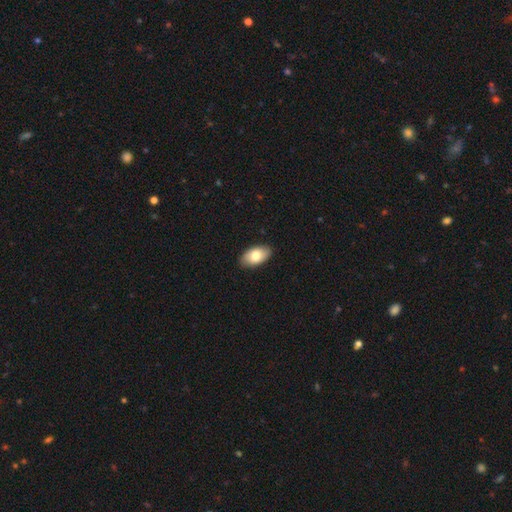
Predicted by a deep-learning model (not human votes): Smooth or featured?
  - smooth: 80% *
  - featured or disk: 14%
  - star or artifact: 6%
How rounded?
  - in between: 94% *
  - round: 4%
  - cigar-shaped: 2%
Merging?
  - none: 88% *
  - minor disturbance: 9%
  - major disturbance: 2%
  - merger: 1%